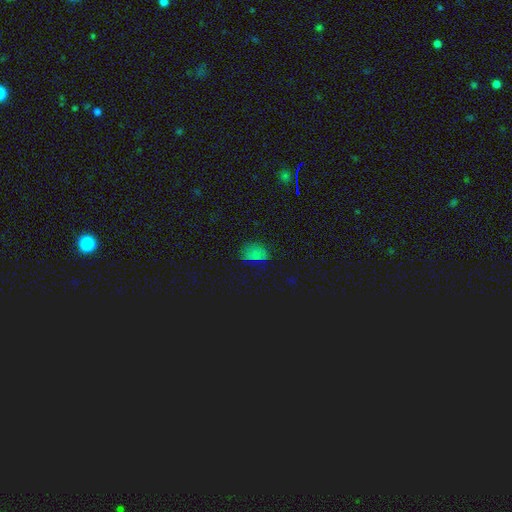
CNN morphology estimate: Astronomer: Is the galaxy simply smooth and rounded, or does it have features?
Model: smooth — 53% (runner-up: star or artifact, 40%).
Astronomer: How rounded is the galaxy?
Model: in between — 78%.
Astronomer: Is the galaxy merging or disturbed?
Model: none — 72%.